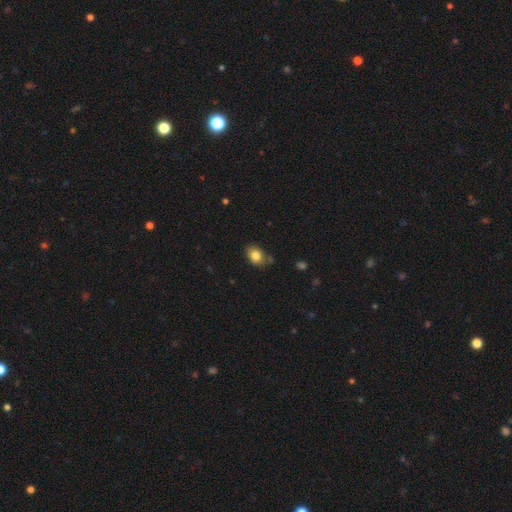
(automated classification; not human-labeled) Morphology: type=smooth (82%); roundness=in between (67%); merging=none (74%).